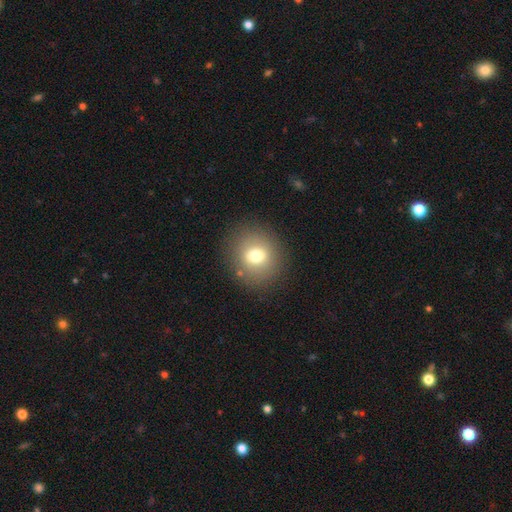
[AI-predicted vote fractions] smooth 72%, featured or disk 17%, star or artifact 11%. Down the decision tree: how rounded — round (83%); merging — none (86%).